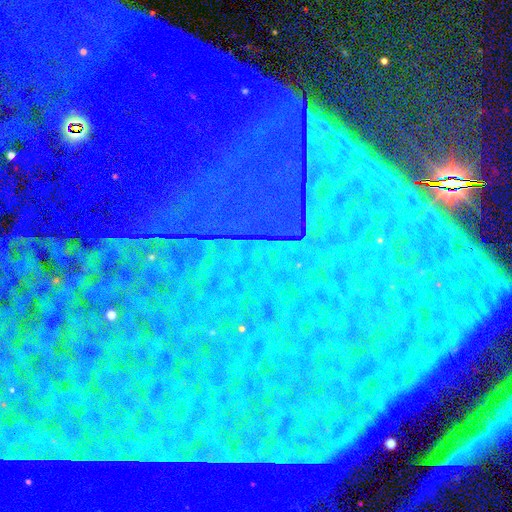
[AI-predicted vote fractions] The model was most divided on "smooth or featured": star or artifact: 86%, featured or disk: 7%, smooth: 7%.